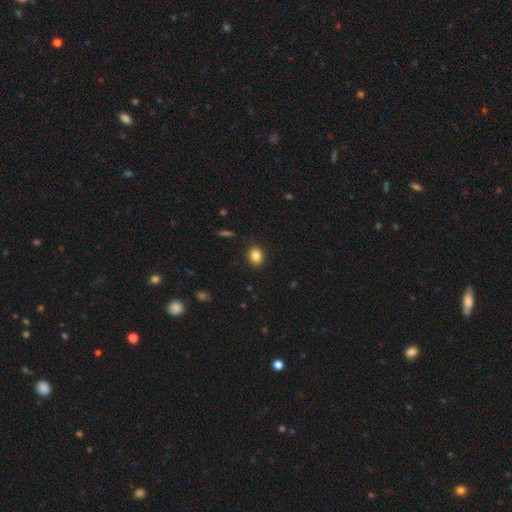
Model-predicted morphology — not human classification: This appears to be a smooth galaxy with no disk features (85%) that is in between round and cigar-shaped (51%). Merging: none (89%).